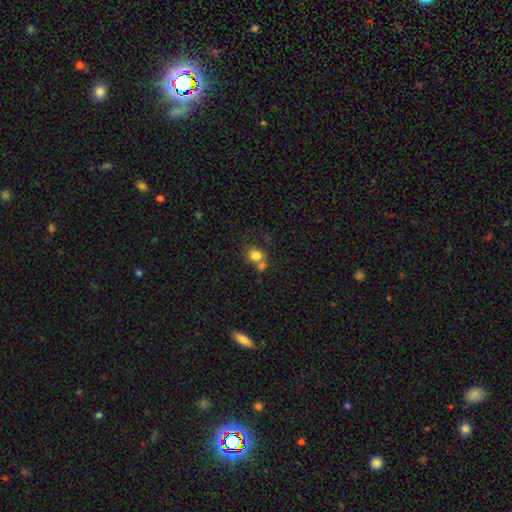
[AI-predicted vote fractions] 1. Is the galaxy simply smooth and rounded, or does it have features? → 80% smooth, 10% star or artifact, 9% featured or disk.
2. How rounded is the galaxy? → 75% round, 24% in between, 1% cigar-shaped.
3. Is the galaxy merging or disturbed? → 49% none, 37% merger, 10% minor disturbance, 4% major disturbance.